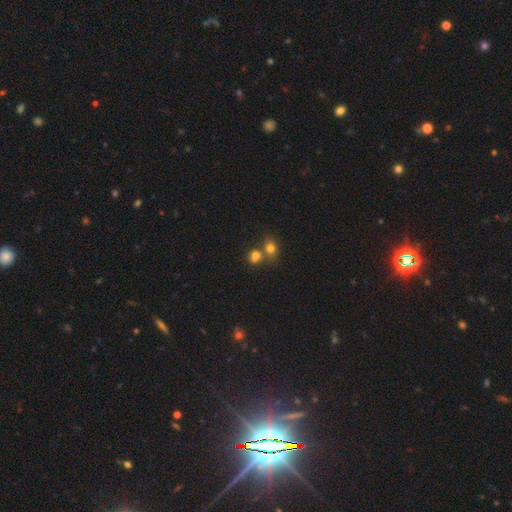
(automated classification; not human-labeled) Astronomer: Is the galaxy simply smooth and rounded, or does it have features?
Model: smooth — 76%.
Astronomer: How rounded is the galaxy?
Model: round — 55% (runner-up: in between, 44%).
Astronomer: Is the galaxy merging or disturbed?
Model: merger — 45% (runner-up: none, 41%).